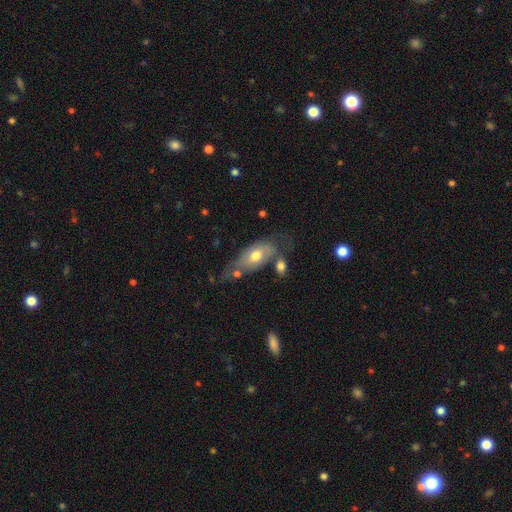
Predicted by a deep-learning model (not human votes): Smooth or featured: smooth — 54% (featured or disk — 40%)
How rounded: in between — 87% (cigar-shaped — 7%)
Merging: none — 36% (minor disturbance — 25%)